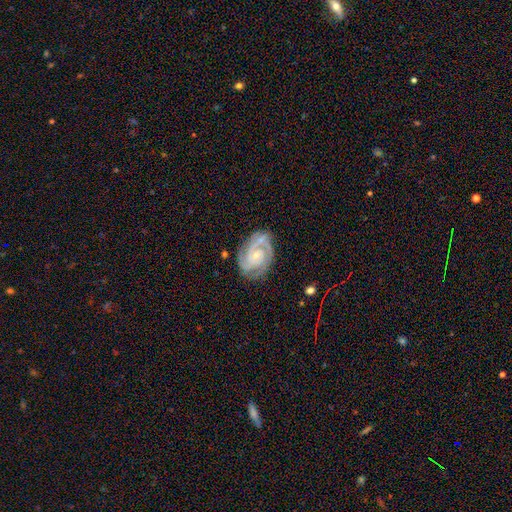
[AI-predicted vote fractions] Smooth or featured: featured or disk — 91% (star or artifact — 4%)
Edge-on disk: no — 98% (yes — 2%)
Bar: no — 62% (weak — 29%)
Spiral arms: yes — 98% (no — 2%)
Spiral winding: tight — 67% (medium — 29%)
Spiral arm count: 2 — 57% (3 — 28%)
Bulge size: small — 74% (moderate — 21%)
Merging: none — 76% (minor disturbance — 17%)